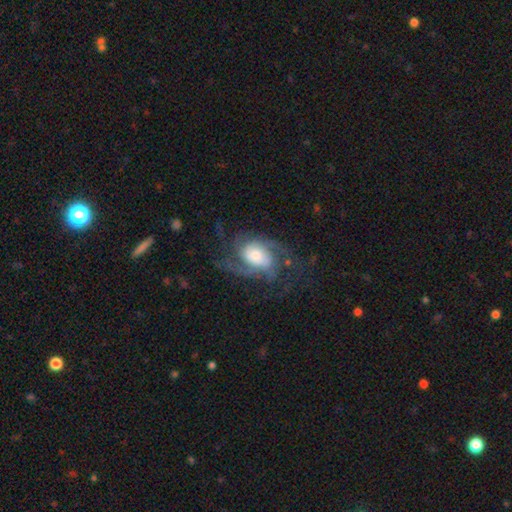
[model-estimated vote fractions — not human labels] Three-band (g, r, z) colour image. It shows a featured or disk galaxy (82%) with no bar (65%), 2 (36%) medium (48%) spiral arms (95%) and a large central bulge (43%). Merging: none (56%).